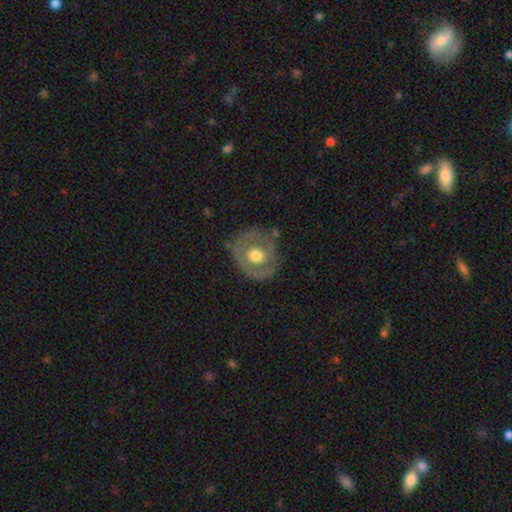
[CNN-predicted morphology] featured or disk 52%, smooth 42%, star or artifact 6%. Down the decision tree: edge-on disk — no (95%); merging — none (67%).